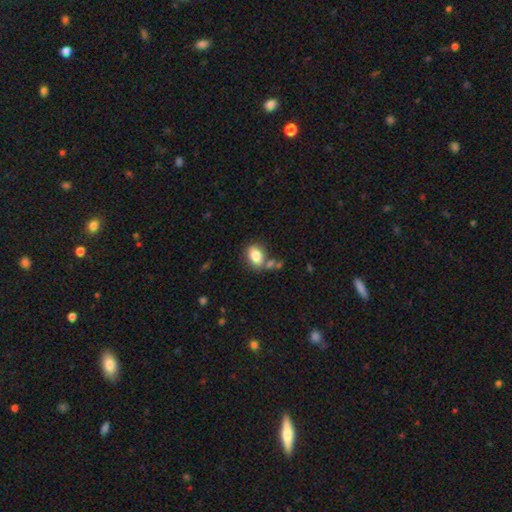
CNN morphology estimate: type=smooth (83%); roundness=in between (80%); merging=none (63%).